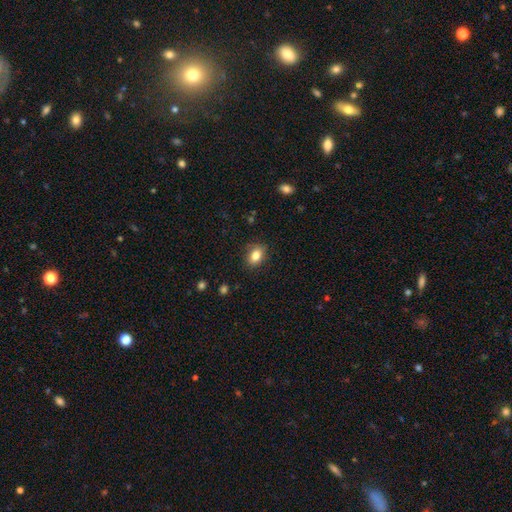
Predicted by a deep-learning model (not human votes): Overall: smooth (83%). How rounded: in between (71%). Merging: none (83%).